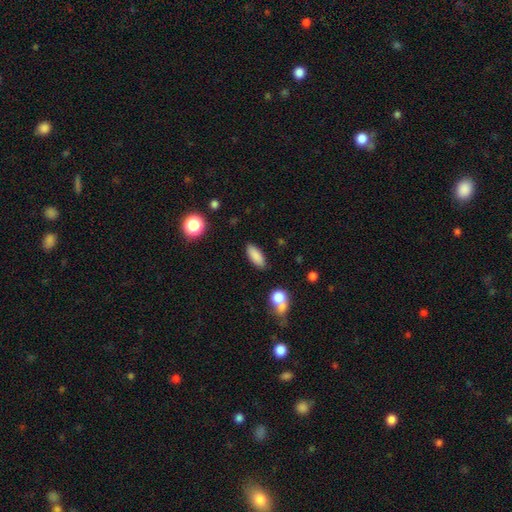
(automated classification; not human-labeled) Overall: smooth (86%). How rounded: in between (75%). Merging: none (87%).